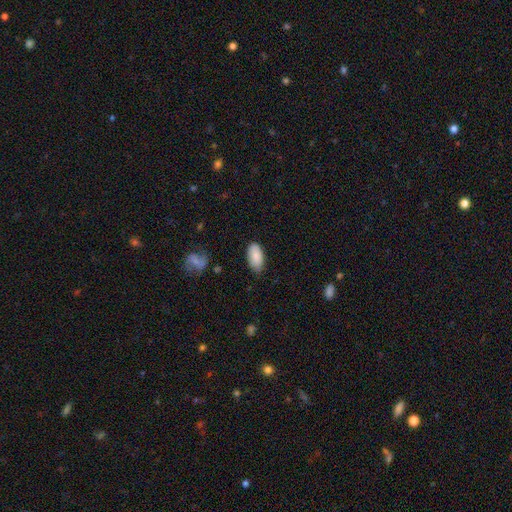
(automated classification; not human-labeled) smooth_or_featured: smooth (p=0.85) [alt: featured or disk p=0.08]
how_rounded: in between (p=0.94) [alt: cigar-shaped p=0.03]
merging: none (p=0.76) [alt: minor disturbance p=0.19]